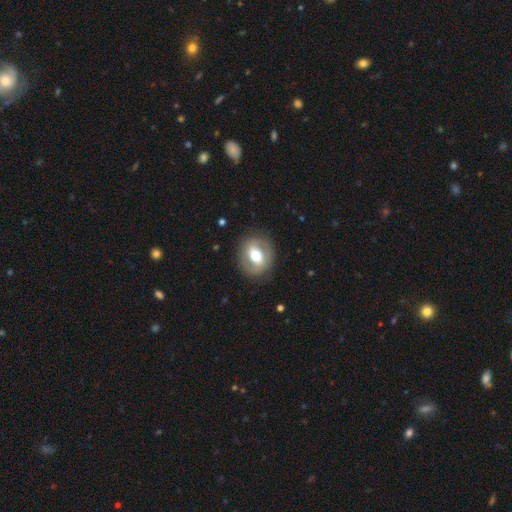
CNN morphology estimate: Smooth or featured: featured or disk — 48% (smooth — 45%)
Merging: none — 83% (minor disturbance — 11%)